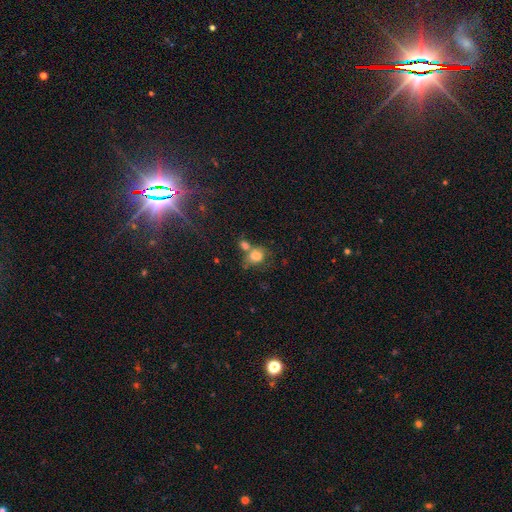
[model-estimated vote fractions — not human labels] smooth_or_featured: smooth (p=0.77) [alt: featured or disk p=0.12]
how_rounded: round (p=0.51) [alt: in between p=0.48]
merging: merger (p=0.42) [alt: none p=0.36]